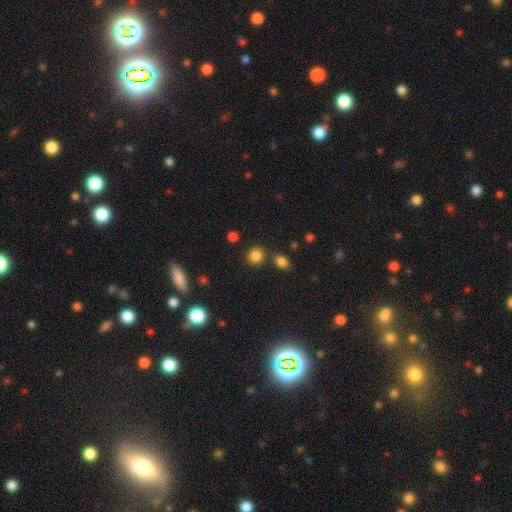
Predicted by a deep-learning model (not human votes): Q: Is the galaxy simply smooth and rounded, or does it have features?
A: smooth — 83%.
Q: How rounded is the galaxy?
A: round — 84%.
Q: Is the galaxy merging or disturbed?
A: none — 79%.